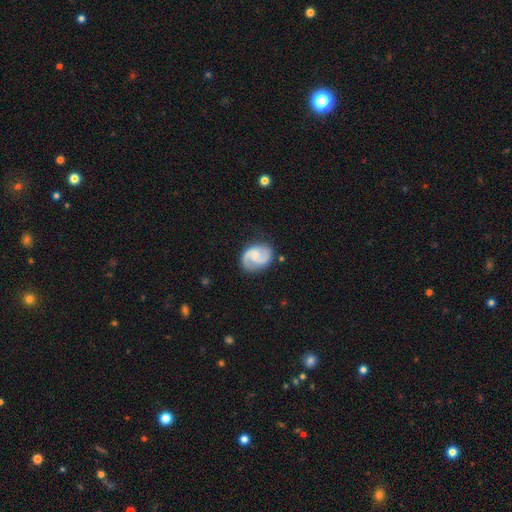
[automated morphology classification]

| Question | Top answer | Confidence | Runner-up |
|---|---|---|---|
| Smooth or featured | featured or disk | 82% | smooth (13%) |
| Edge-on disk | no | 98% | yes (2%) |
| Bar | no | 49% | weak (43%) |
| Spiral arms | yes | 97% | no (3%) |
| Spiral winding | medium | 53% | tight (27%) |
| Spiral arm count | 2 | 91% | can't tell (3%) |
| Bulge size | small | 38% | none (32%) |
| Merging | none | 78% | minor disturbance (16%) |